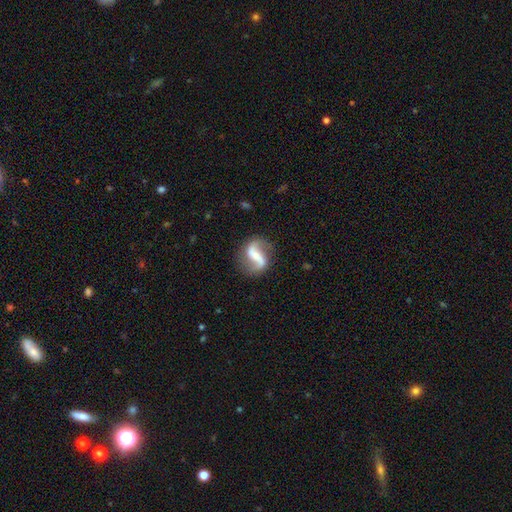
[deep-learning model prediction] This is clearly a featured or disk galaxy (84%). It is clearly not viewed edge-on (97%). Bar: possibly strong (50%). Spiral arm pattern: clearly yes (94%). Spiral arm count: clearly 2 (92%). Spiral winding: likely loose (74%). Central bulge: possibly small (52%). Merging: likely none (80%).